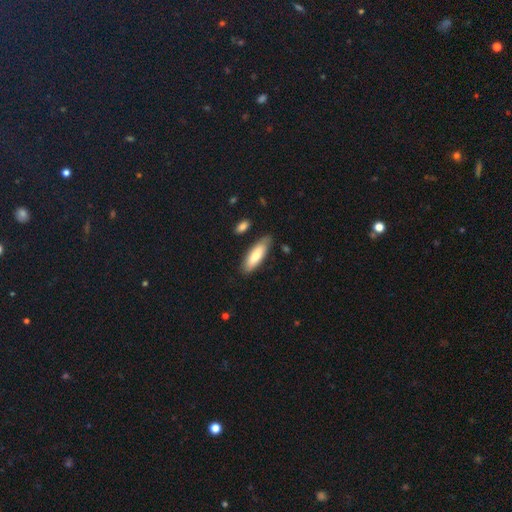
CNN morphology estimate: type=smooth (77%); roundness=in between (52%); merging=none (81%).